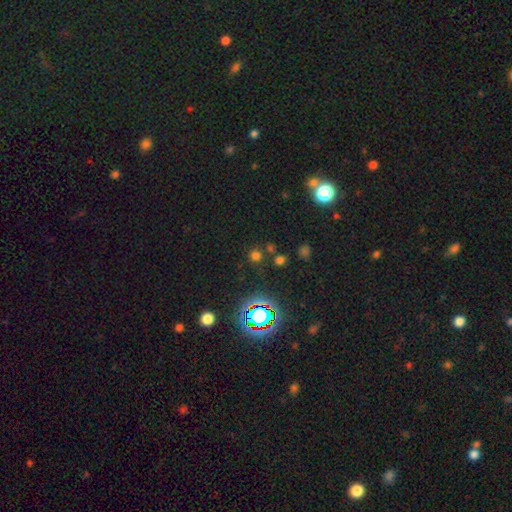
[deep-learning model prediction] This appears to be a smooth galaxy with no disk features (56%) that is round (91%). Merging: none (78%).